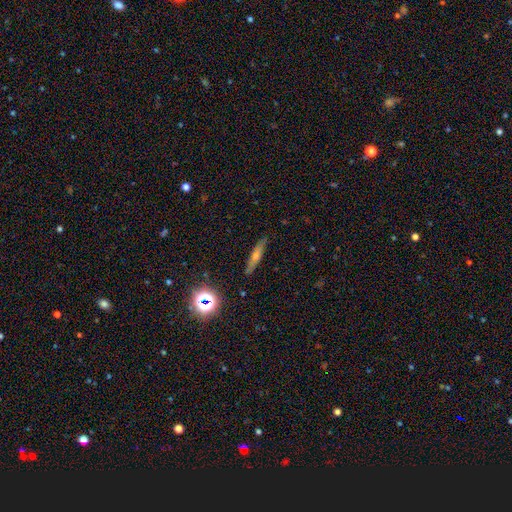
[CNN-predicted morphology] The model was most divided on "smooth or featured": featured or disk: 46%, smooth: 40%, star or artifact: 14%. More confident: merging — none (87%).